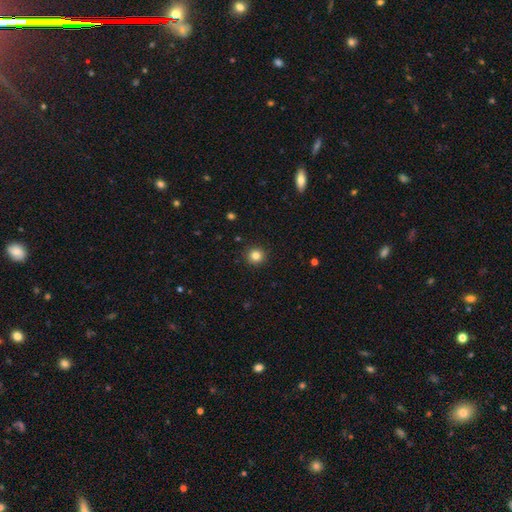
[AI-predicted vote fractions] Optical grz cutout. It shows a smooth galaxy with no disk features (83%) that is round (95%). Merging: none (93%).